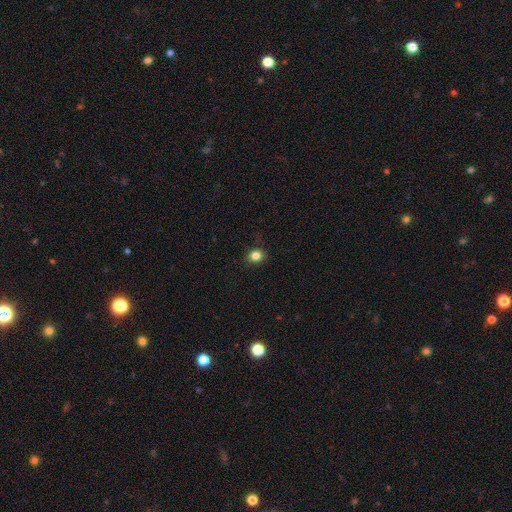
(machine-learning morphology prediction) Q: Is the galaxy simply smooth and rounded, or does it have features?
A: smooth — 83%.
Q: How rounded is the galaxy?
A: round — 74%.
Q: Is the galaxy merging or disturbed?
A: none — 85%.